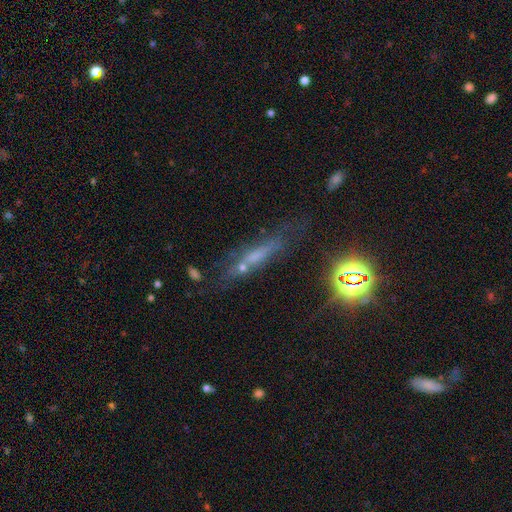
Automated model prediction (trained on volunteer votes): smooth_or_featured: smooth (p=0.40) [alt: featured or disk p=0.35]
merging: none (p=0.58) [alt: minor disturbance p=0.21]